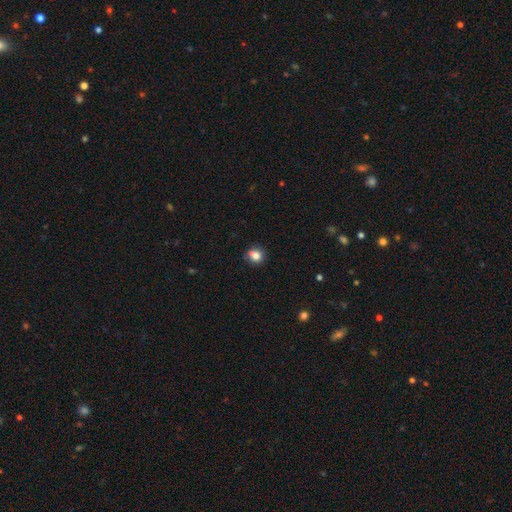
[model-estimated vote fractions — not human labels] The model was most divided on "merging": none: 72%, minor disturbance: 18%, merger: 6%, major disturbance: 4%. More confident: smooth or featured — smooth (80%); how rounded — round (79%).